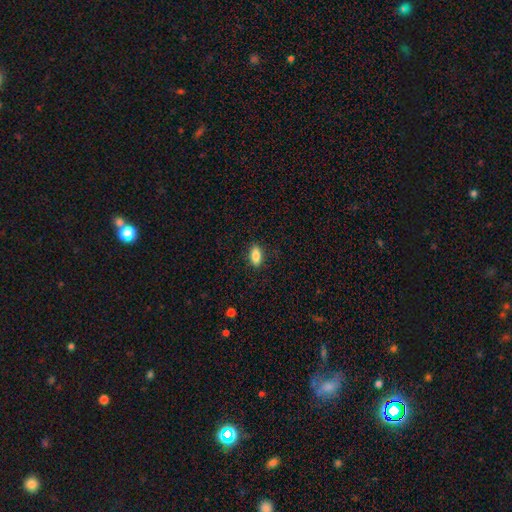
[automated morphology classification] type=smooth (84%); roundness=in between (82%); merging=none (87%).